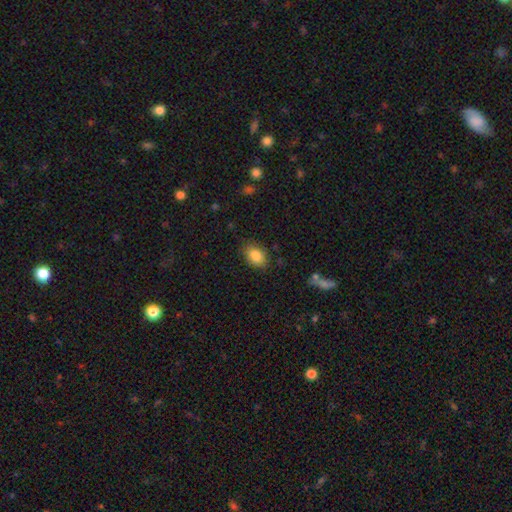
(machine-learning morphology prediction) This appears to be a smooth galaxy with no disk features (85%) that is in between round and cigar-shaped (83%). Merging: none (83%).